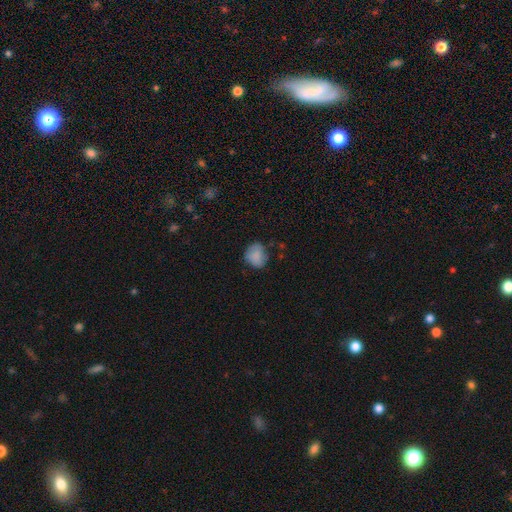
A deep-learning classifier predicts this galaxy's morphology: Overall: smooth (80%). How rounded: round (60%; in between 39%). Merging: none (61%; minor disturbance 28%).